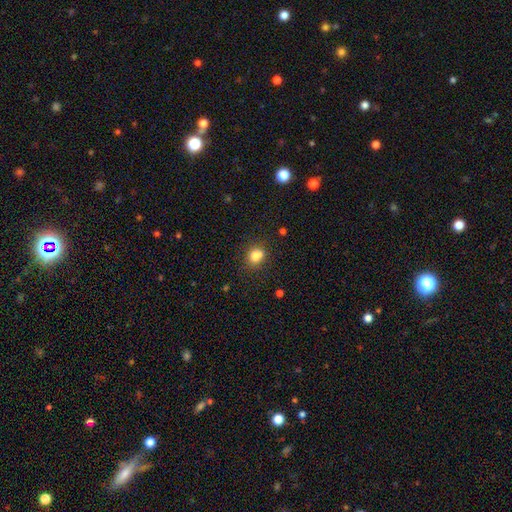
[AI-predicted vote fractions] Q: Smooth or featured?
A: smooth (79%); runner-up: star or artifact (12%)
Q: How rounded?
A: round (63%); runner-up: in between (36%)
Q: Merging?
A: none (61%); runner-up: merger (17%)